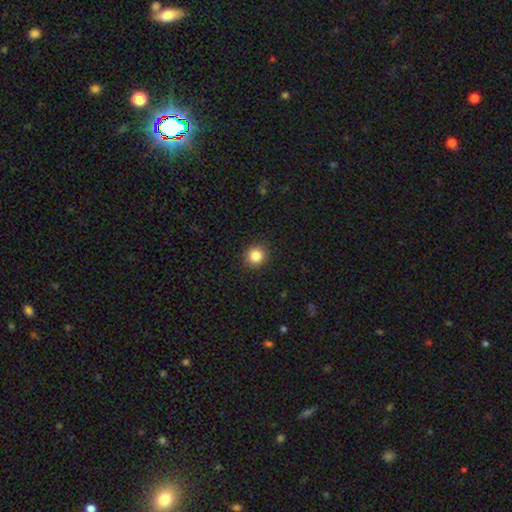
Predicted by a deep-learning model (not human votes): Smooth or featured? Predicted: smooth (p=0.86). How rounded? Predicted: round (p=0.91). Merging? Predicted: none (p=0.91).